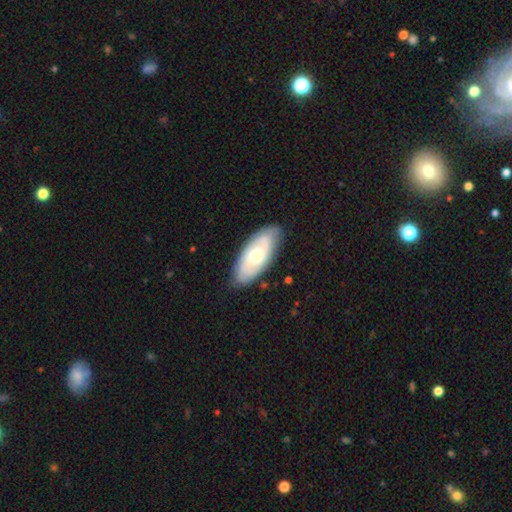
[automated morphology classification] A featured or disk galaxy (62%) with no bar (71%), spiral arms (77%) and a moderate central bulge (65%). Merging: none (82%).